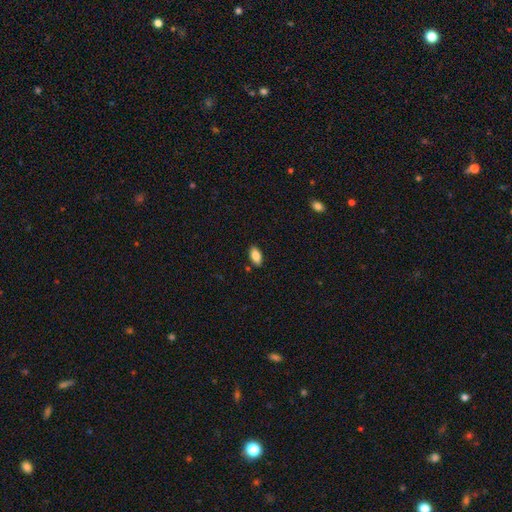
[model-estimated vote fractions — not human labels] smooth_or_featured: smooth (p=0.85) [alt: featured or disk p=0.08]
how_rounded: in between (p=0.91) [alt: cigar-shaped p=0.06]
merging: none (p=0.86) [alt: minor disturbance p=0.10]